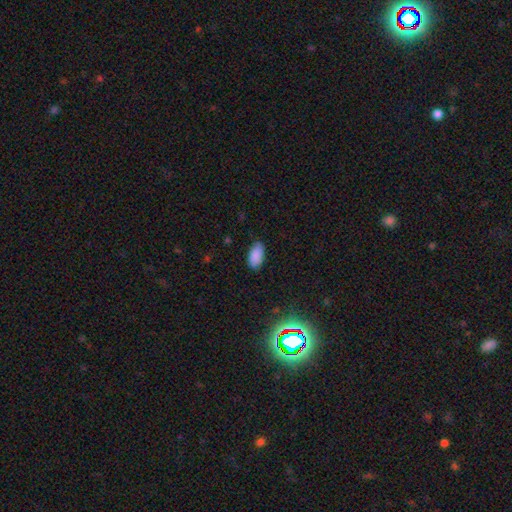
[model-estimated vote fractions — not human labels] Smooth or featured?
  - smooth: 88% *
  - star or artifact: 8%
  - featured or disk: 4%
How rounded?
  - in between: 94% *
  - cigar-shaped: 3%
  - round: 3%
Merging?
  - none: 82% *
  - minor disturbance: 15%
  - major disturbance: 3%
  - merger: 1%